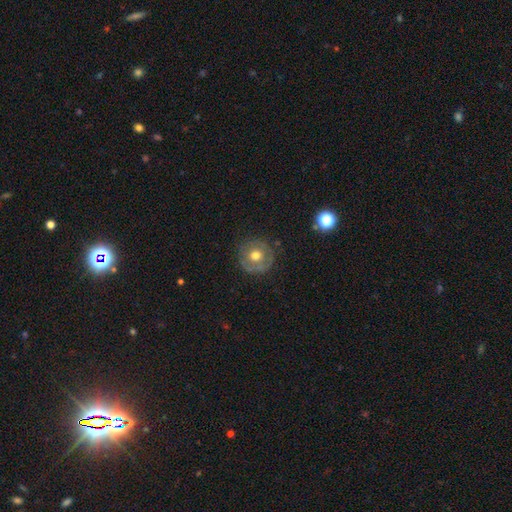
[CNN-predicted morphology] Smooth or featured? smooth (53%)
How rounded? round (93%)
Merging? none (78%)